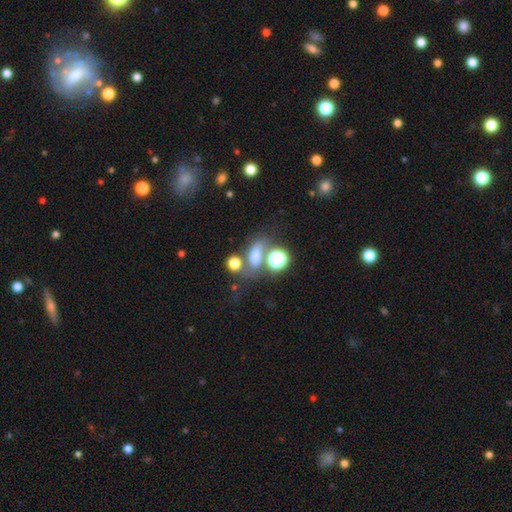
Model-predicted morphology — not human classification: The model was most divided on "merging": none: 46%, merger: 26%, minor disturbance: 16%, major disturbance: 12%. More confident: how rounded — in between (67%); smooth or featured — smooth (63%).